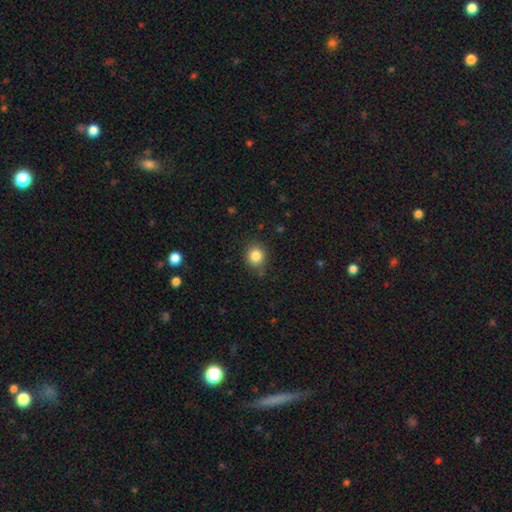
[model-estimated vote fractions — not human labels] The model was most divided on "how rounded": round: 83%, in between: 17%, cigar-shaped: 1%. More confident: smooth or featured — smooth (84%); merging — none (81%).